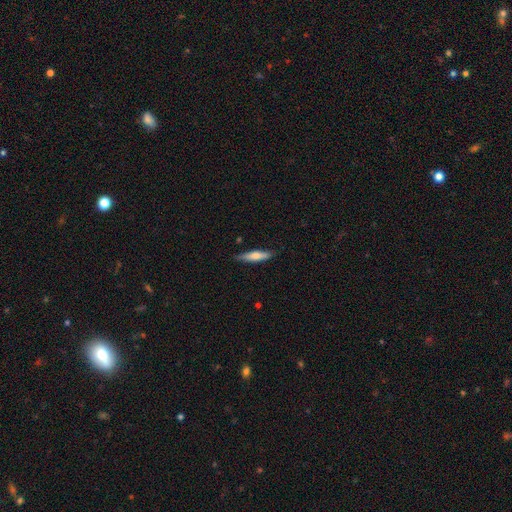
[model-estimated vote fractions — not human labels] smooth-or-featured: smooth: 61% | featured or disk: 34% | star or artifact: 6%
  how-rounded: cigar-shaped: 81% | in between: 18% | round: 2%
  merging: none: 83% | minor disturbance: 14% | major disturbance: 2% | merger: 1%